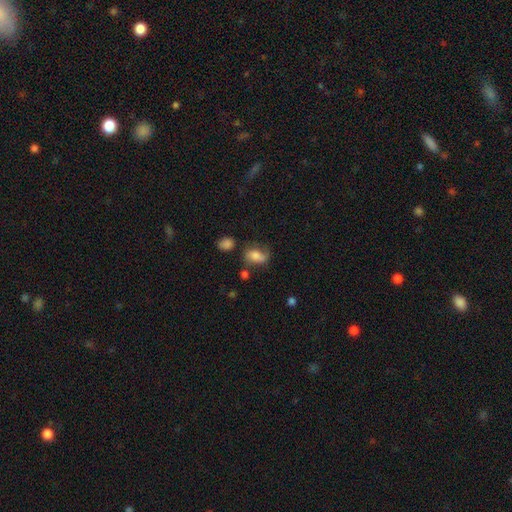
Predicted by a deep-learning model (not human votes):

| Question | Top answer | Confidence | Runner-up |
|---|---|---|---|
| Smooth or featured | smooth | 60% | featured or disk (29%) |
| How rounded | in between | 79% | round (19%) |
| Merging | none | 44% | minor disturbance (28%) |